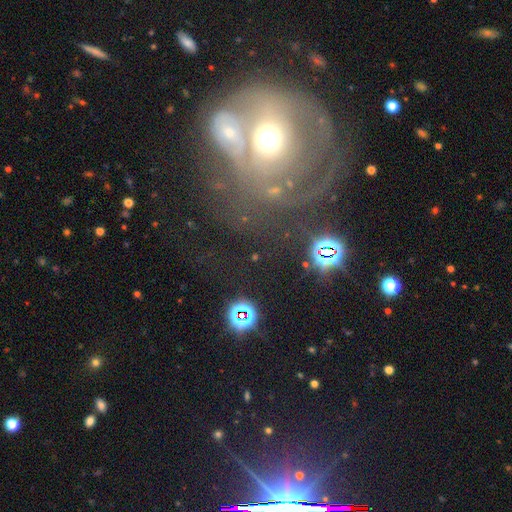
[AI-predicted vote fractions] This is possibly a featured or disk galaxy (47%). Merging: marginally none (35%, tied with merger).